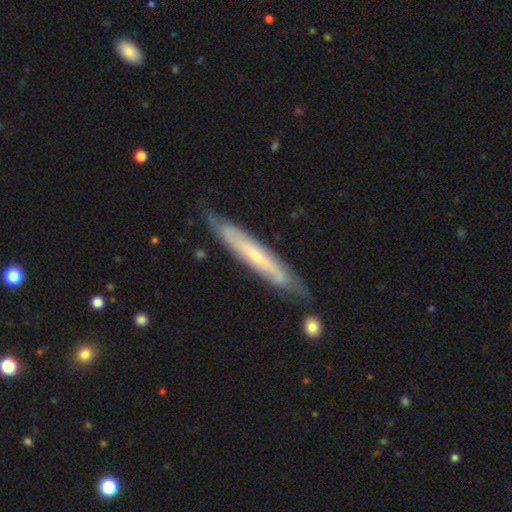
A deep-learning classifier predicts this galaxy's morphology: Smooth or featured?
  - featured or disk: 59% *
  - smooth: 35%
  - star or artifact: 6%
Edge-on disk?
  - yes: 73% *
  - no: 27%
Merging?
  - none: 77% *
  - minor disturbance: 17%
  - major disturbance: 3%
  - merger: 3%